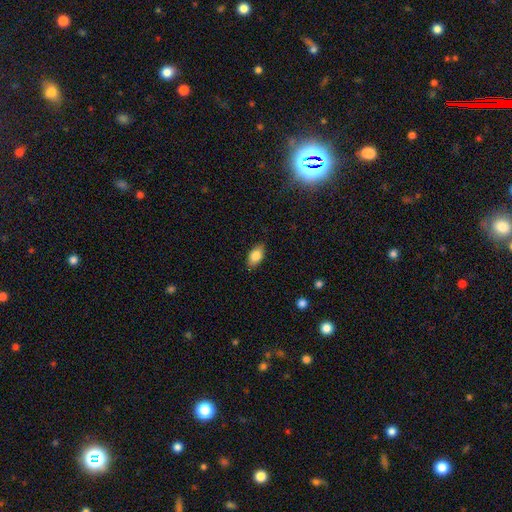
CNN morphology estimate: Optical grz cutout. It shows a smooth galaxy with no disk features (82%) that is in between round and cigar-shaped (90%). Merging: none (85%).